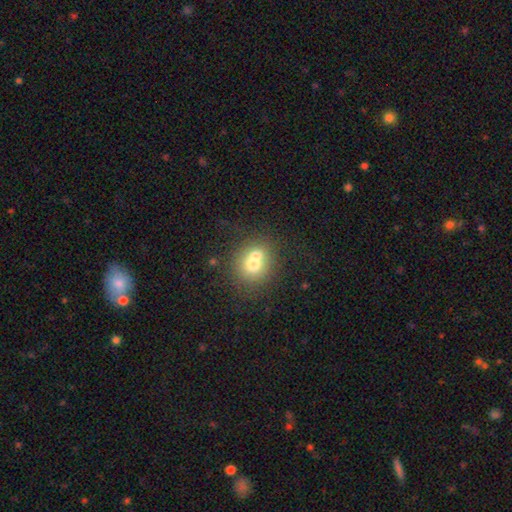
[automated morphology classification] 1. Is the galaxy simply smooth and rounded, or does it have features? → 67% smooth, 22% featured or disk, 11% star or artifact.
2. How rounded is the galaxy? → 79% round, 21% in between, 1% cigar-shaped.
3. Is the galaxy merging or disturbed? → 53% merger, 36% none, 7% minor disturbance, 3% major disturbance.